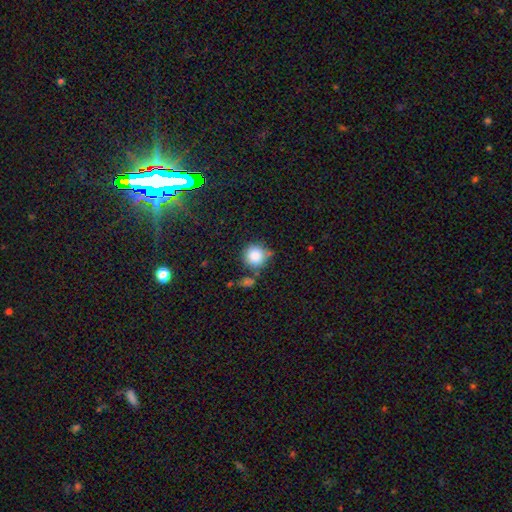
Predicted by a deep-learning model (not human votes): smooth 85%, star or artifact 10%, featured or disk 5%. Down the decision tree: how rounded — round (92%); merging — none (67%).